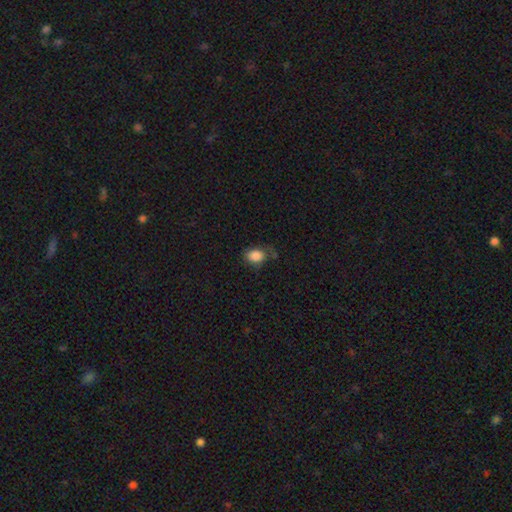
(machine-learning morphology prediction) smooth-or-featured: smooth: 86% | star or artifact: 9% | featured or disk: 5%
  how-rounded: in between: 66% | round: 33% | cigar-shaped: 1%
  merging: none: 61% | minor disturbance: 27% | major disturbance: 9% | merger: 3%